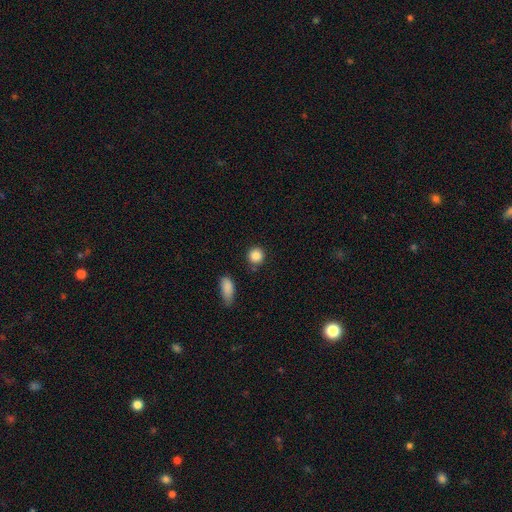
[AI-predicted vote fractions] smooth 87%, star or artifact 9%, featured or disk 4%. Down the decision tree: how rounded — round (90%); merging — none (82%).